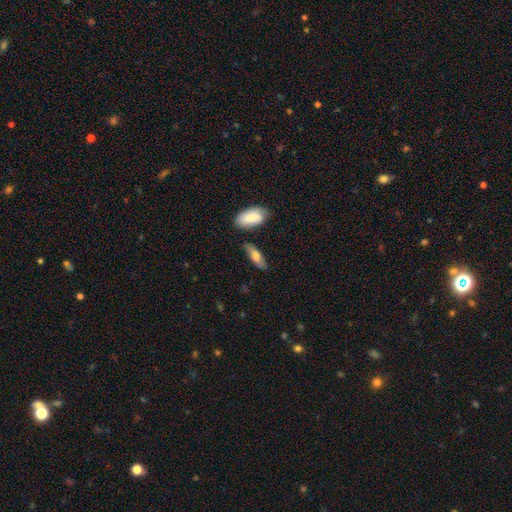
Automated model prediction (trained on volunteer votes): A smooth galaxy with no disk features (65%) that is in between round and cigar-shaped (61%). Merging: none (76%).